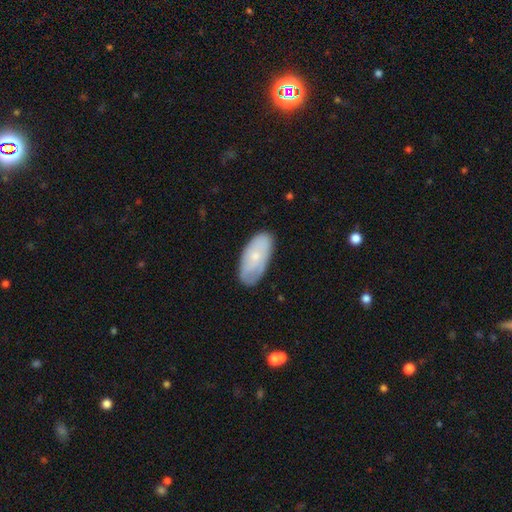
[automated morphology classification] The model was most divided on "smooth or featured": smooth: 60%, featured or disk: 34%, star or artifact: 6%. More confident: how rounded — in between (92%); merging — none (75%).